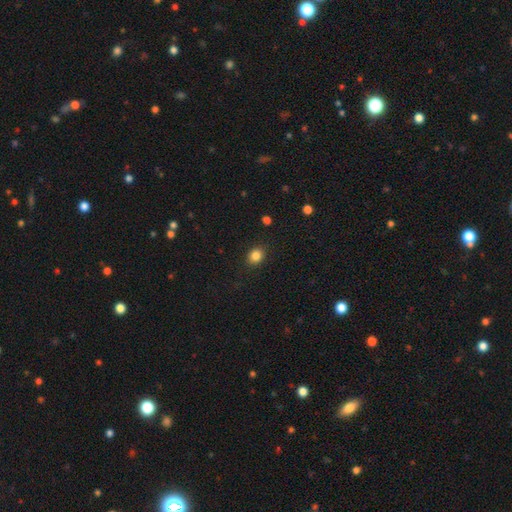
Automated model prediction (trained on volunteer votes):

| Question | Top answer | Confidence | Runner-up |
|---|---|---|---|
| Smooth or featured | smooth | 84% | star or artifact (11%) |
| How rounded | round | 60% | in between (39%) |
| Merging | none | 87% | minor disturbance (9%) |